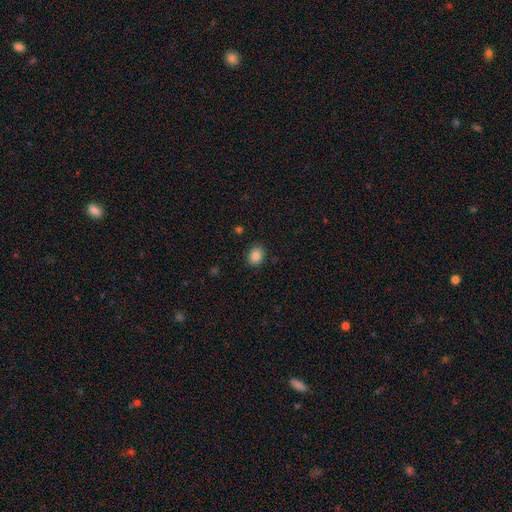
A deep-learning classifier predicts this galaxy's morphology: smooth_or_featured: smooth (p=0.84) [alt: star or artifact p=0.10]
how_rounded: round (p=0.53) [alt: in between p=0.46]
merging: none (p=0.88) [alt: minor disturbance p=0.09]